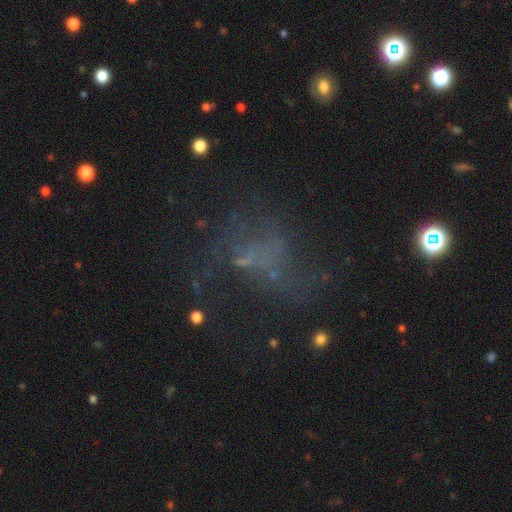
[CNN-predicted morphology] featured or disk 42%, star or artifact 31%, smooth 26%. Down the decision tree: merging — none (45%).